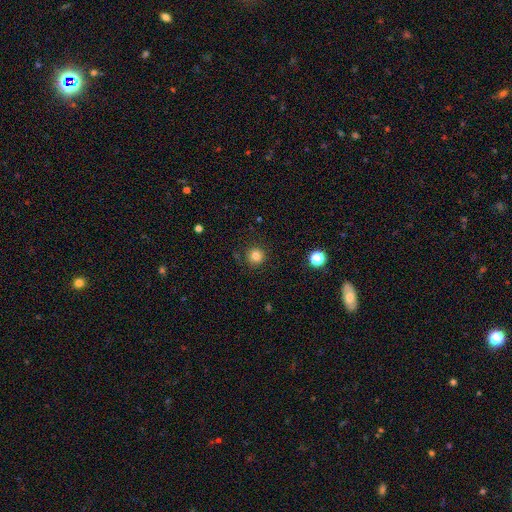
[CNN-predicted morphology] Smooth or featured?
  - smooth: 82% *
  - star or artifact: 12%
  - featured or disk: 6%
How rounded?
  - round: 94% *
  - in between: 5%
  - cigar-shaped: 1%
Merging?
  - none: 87% *
  - minor disturbance: 8%
  - major disturbance: 3%
  - merger: 2%